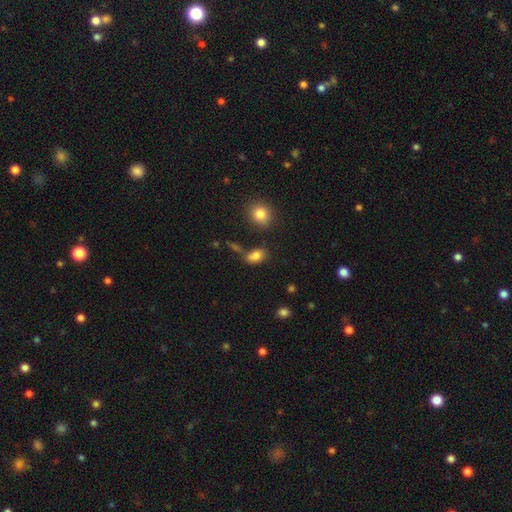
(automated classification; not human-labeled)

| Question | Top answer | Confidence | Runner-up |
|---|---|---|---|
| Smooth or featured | smooth | 81% | star or artifact (10%) |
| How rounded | in between | 85% | round (12%) |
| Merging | none | 61% | minor disturbance (17%) |